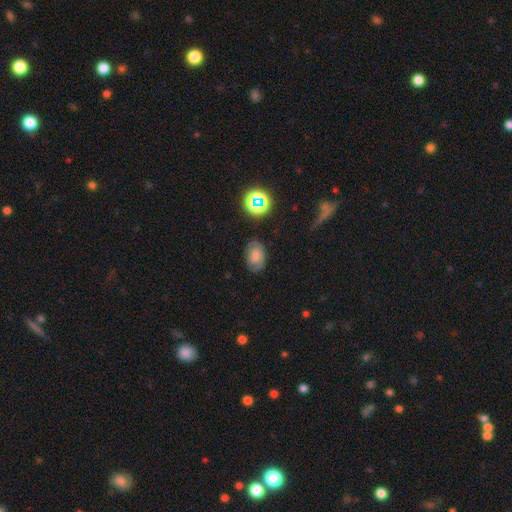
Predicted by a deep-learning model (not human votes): Smooth or featured: smooth — 45% (featured or disk — 40%)
Merging: none — 73% (minor disturbance — 19%)